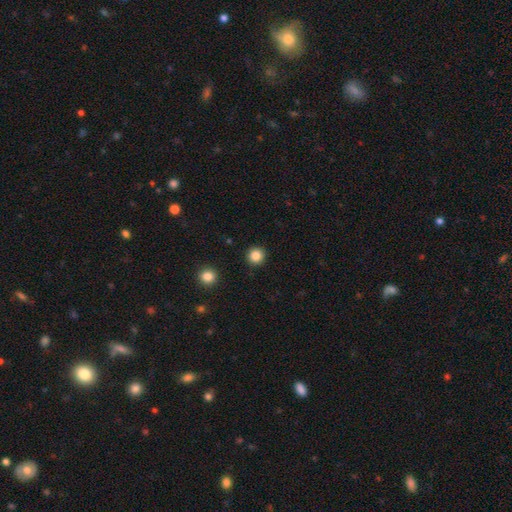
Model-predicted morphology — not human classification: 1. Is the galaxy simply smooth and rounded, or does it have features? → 84% smooth, 11% star or artifact, 4% featured or disk.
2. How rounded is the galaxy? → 95% round, 4% in between, 1% cigar-shaped.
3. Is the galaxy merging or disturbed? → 92% none, 5% minor disturbance, 2% major disturbance, 1% merger.